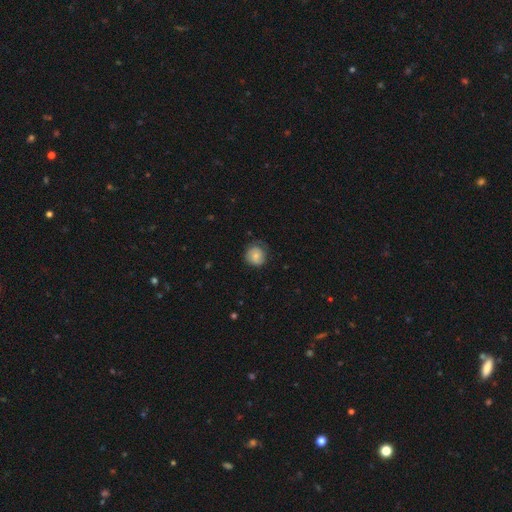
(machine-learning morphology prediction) smooth 74%, featured or disk 18%, star or artifact 8%. Down the decision tree: how rounded — round (85%); merging — none (65%).